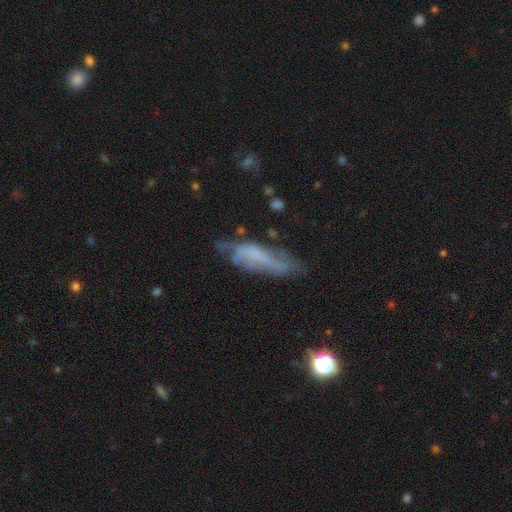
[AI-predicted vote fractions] Smooth or featured: featured or disk — 54% (smooth — 35%)
Edge-on disk: no — 69% (yes — 31%)
Merging: none — 47% (minor disturbance — 29%)